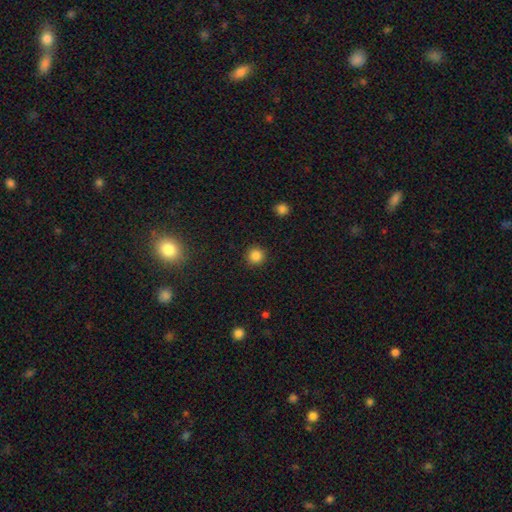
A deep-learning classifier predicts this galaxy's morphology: Smooth or featured?
  - smooth: 85% *
  - star or artifact: 12%
  - featured or disk: 3%
How rounded?
  - round: 95% *
  - in between: 4%
  - cigar-shaped: 1%
Merging?
  - none: 91% *
  - minor disturbance: 6%
  - major disturbance: 2%
  - merger: 1%